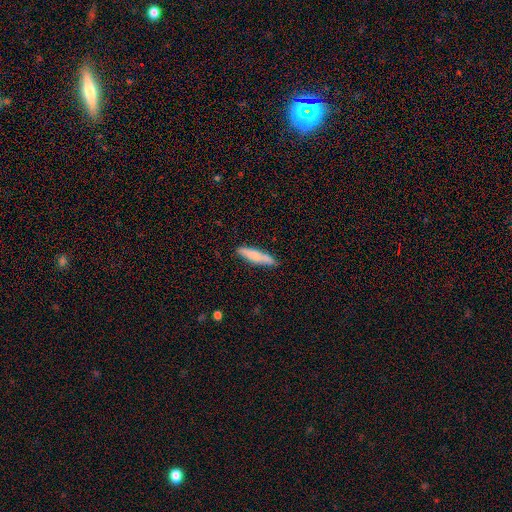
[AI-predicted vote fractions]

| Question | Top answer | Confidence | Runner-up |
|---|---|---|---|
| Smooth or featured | smooth | 75% | featured or disk (19%) |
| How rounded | cigar-shaped | 80% | in between (18%) |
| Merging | none | 84% | minor disturbance (12%) |